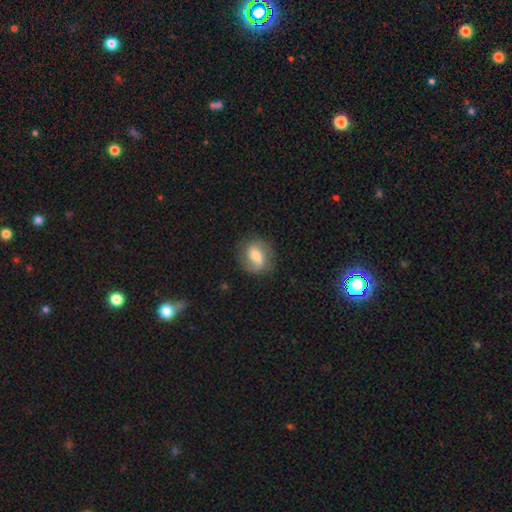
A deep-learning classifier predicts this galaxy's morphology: Smooth or featured? Predicted: featured or disk (p=0.55). Edge-on disk? Predicted: no (p=0.96). Bar? Predicted: weak (p=0.44). Spiral arms? Predicted: yes (p=0.82). Bulge size? Predicted: moderate (p=0.58). Merging? Predicted: none (p=0.81).